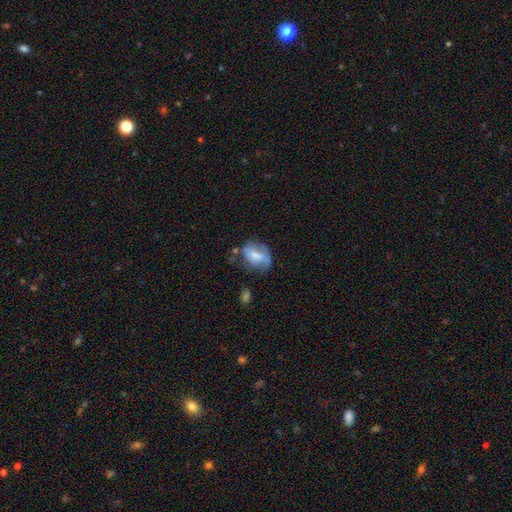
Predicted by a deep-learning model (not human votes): smooth_or_featured: featured or disk (p=0.46) [alt: smooth p=0.45]
merging: none (p=0.41) [alt: minor disturbance p=0.29]